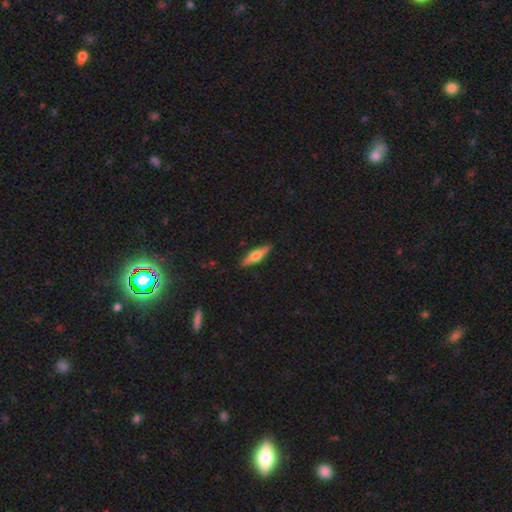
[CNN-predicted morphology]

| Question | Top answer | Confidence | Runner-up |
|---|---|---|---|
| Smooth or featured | featured or disk | 51% | smooth (43%) |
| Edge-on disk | yes | 95% | no (5%) |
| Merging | none | 90% | minor disturbance (7%) |